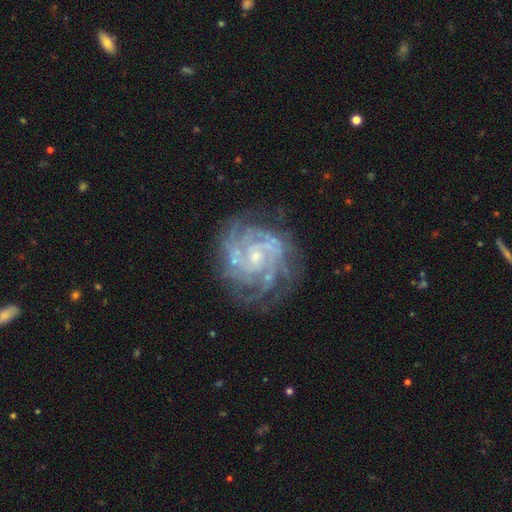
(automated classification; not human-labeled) Smooth or featured? Predicted: featured or disk (p=0.89). Edge-on disk? Predicted: no (p=0.98). Bar? Predicted: no (p=0.67). Spiral arms? Predicted: yes (p=0.97). Spiral winding? Predicted: tight (p=0.73). Spiral arm count? Predicted: can't tell (p=0.25). Bulge size? Predicted: small (p=0.77). Merging? Predicted: none (p=0.73).